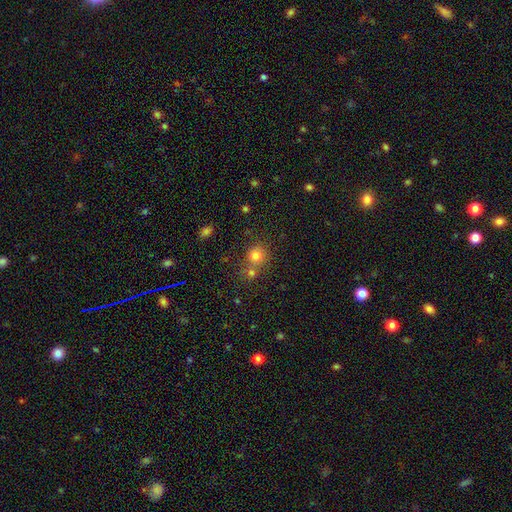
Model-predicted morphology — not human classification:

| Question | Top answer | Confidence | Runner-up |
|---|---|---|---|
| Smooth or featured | smooth | 78% | star or artifact (14%) |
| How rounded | round | 86% | in between (13%) |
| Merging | none | 57% | merger (31%) |